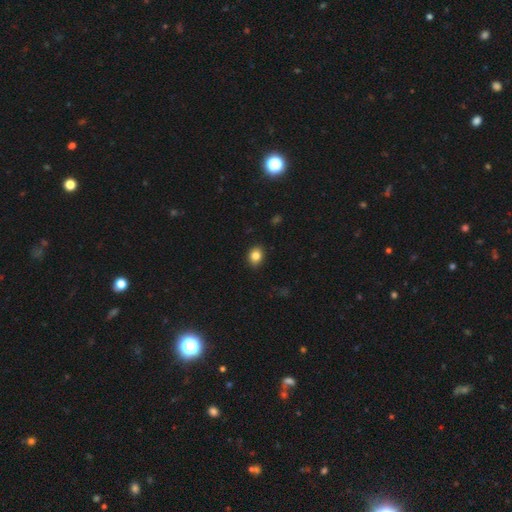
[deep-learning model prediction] This is clearly a smooth galaxy (84%). How rounded: possibly in between (55%). Merging: clearly none (88%).